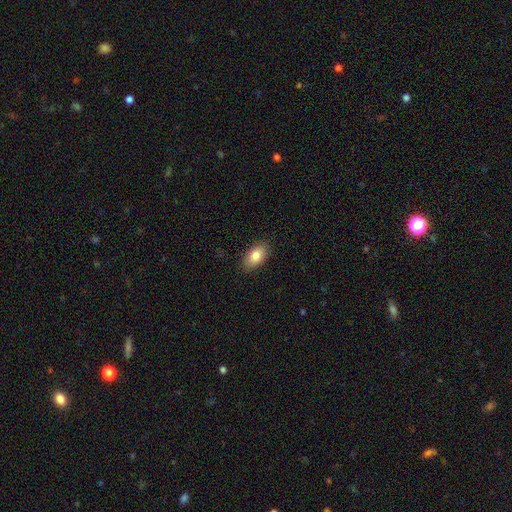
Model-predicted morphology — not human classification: Overall: smooth (81%). How rounded: in between (92%). Merging: none (88%).